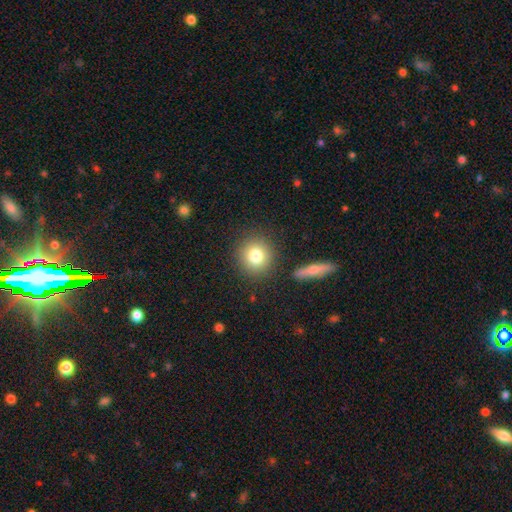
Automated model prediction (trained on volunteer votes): Q: Smooth or featured?
A: smooth (80%); runner-up: star or artifact (10%)
Q: How rounded?
A: round (90%); runner-up: in between (8%)
Q: Merging?
A: none (86%); runner-up: minor disturbance (8%)